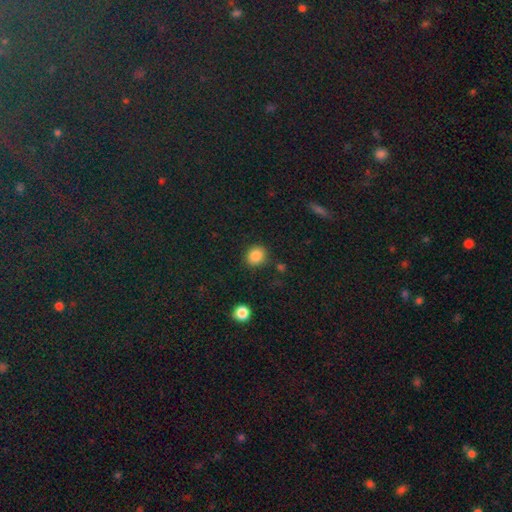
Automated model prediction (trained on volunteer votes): Smooth or featured: smooth — 86% (star or artifact — 10%)
How rounded: round — 74% (in between — 25%)
Merging: none — 84% (minor disturbance — 10%)